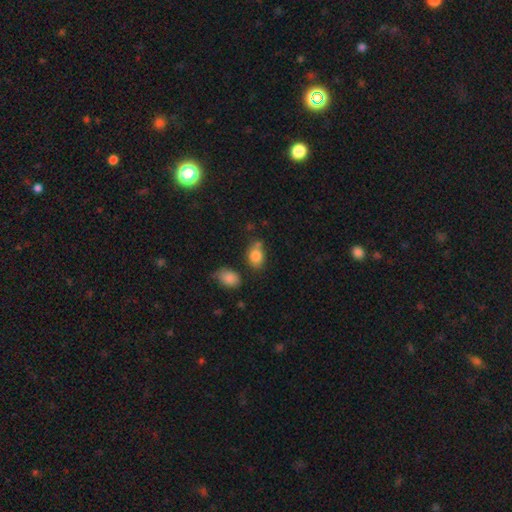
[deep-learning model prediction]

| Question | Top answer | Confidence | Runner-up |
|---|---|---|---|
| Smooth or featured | smooth | 83% | star or artifact (9%) |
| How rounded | in between | 68% | round (31%) |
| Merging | none | 60% | minor disturbance (20%) |